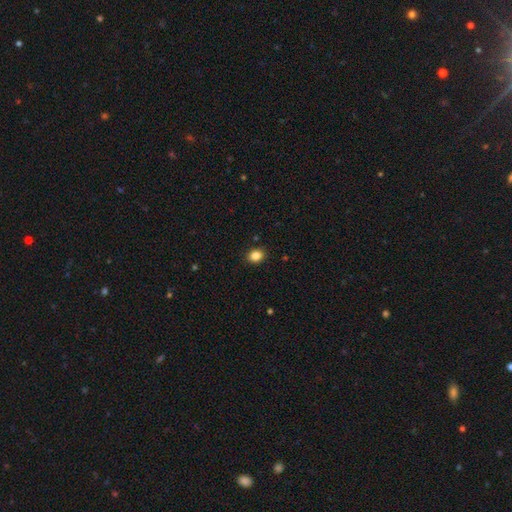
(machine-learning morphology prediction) The model was most divided on "how rounded": in between: 51%, round: 48%, cigar-shaped: 1%. More confident: merging — none (90%); smooth or featured — smooth (86%).